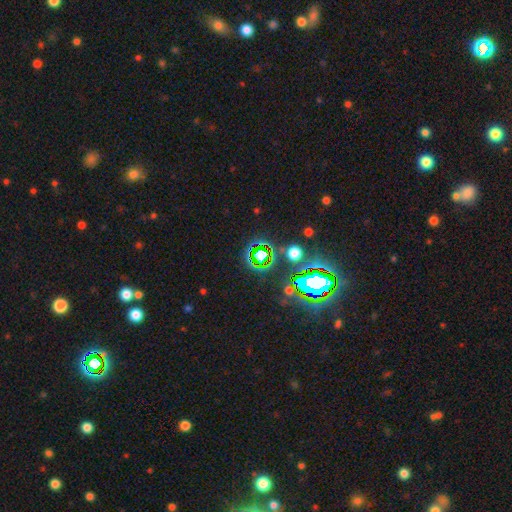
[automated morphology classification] type=star or artifact (70%).